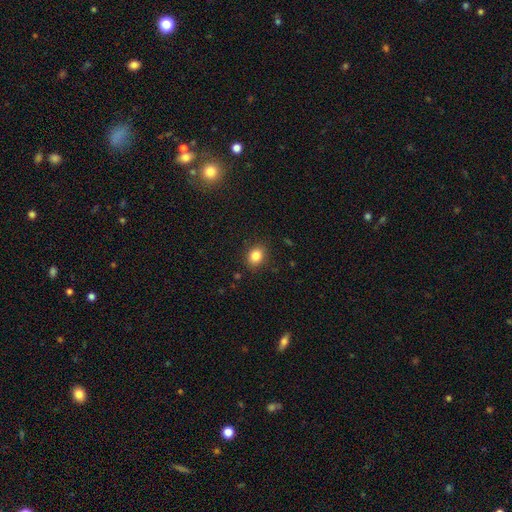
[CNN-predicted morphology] This is clearly a smooth galaxy (84%). How rounded: possibly in between (53%). Merging: clearly none (87%).